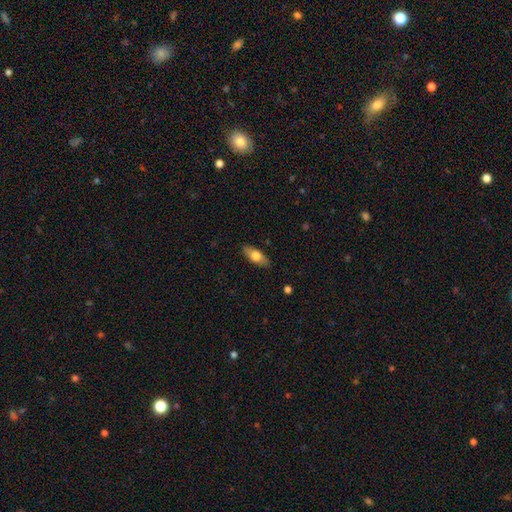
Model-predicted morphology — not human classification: smooth-or-featured: smooth: 69% | featured or disk: 25% | star or artifact: 6%
  how-rounded: in between: 78% | cigar-shaped: 19% | round: 3%
  merging: none: 86% | minor disturbance: 11% | major disturbance: 2% | merger: 1%